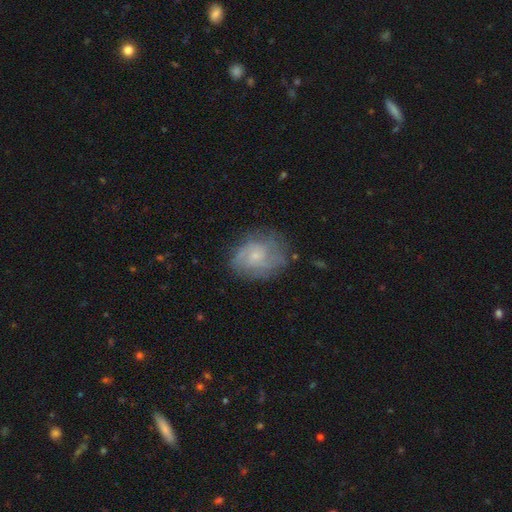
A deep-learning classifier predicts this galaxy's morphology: Smooth or featured?
  - featured or disk: 68% *
  - smooth: 25%
  - star or artifact: 8%
Edge-on disk?
  - no: 98% *
  - yes: 2%
Bar?
  - no: 73% *
  - weak: 24%
  - strong: 3%
Spiral arms?
  - yes: 86% *
  - no: 14%
Spiral winding?
  - tight: 43% *
  - medium: 40%
  - loose: 17%
Spiral arm count?
  - can't tell: 38% *
  - 2: 31%
  - 3: 16%
  - 4: 6%
  - 1: 5%
  - more than 4: 4%
Bulge size?
  - small: 75% *
  - moderate: 18%
  - none: 5%
  - large: 1%
  - dominant: 1%
Merging?
  - none: 68% *
  - minor disturbance: 21%
  - major disturbance: 9%
  - merger: 2%